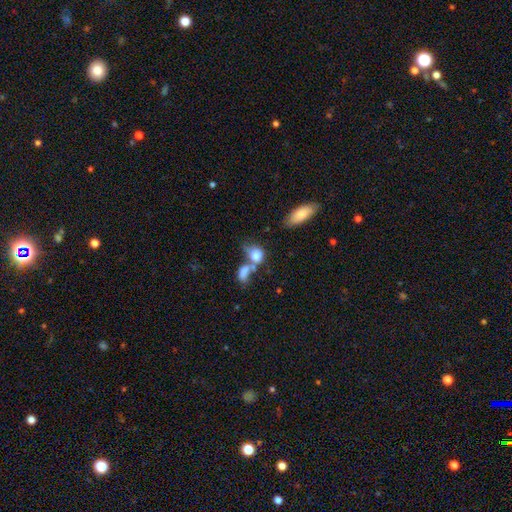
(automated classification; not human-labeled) smooth-or-featured: smooth: 76% | featured or disk: 15% | star or artifact: 9%
  how-rounded: in between: 54% | round: 43% | cigar-shaped: 3%
  merging: merger: 59% | none: 20% | minor disturbance: 10% | major disturbance: 10%